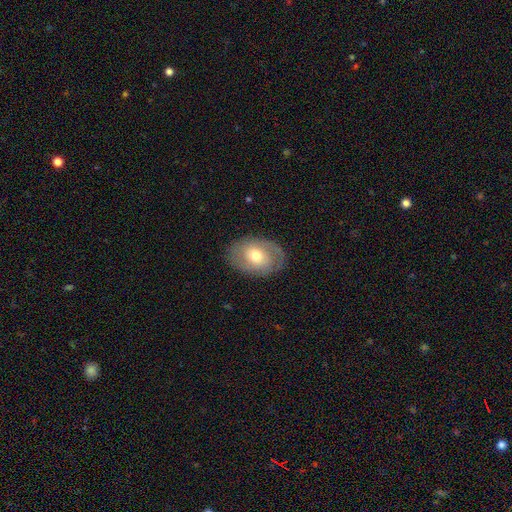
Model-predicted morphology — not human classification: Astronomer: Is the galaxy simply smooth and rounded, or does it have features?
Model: smooth — 50% (runner-up: featured or disk, 43%).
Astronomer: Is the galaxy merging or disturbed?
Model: none — 82%.